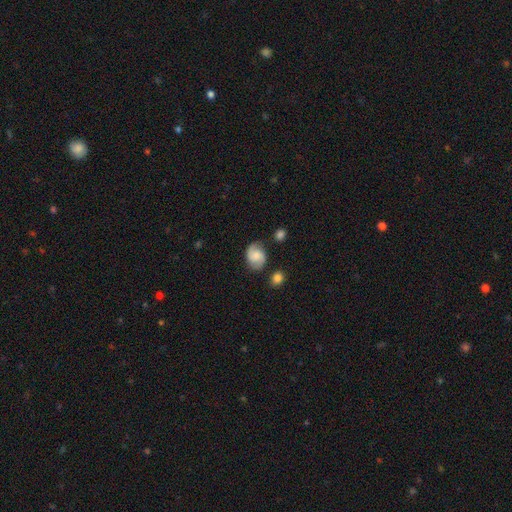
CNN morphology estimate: Smooth or featured: featured or disk — 54% (smooth — 37%)
Edge-on disk: no — 97% (yes — 3%)
Bar: no — 57% (weak — 36%)
Spiral arms: yes — 92% (no — 8%)
Bulge size: moderate — 34% (small — 31%)
Merging: none — 73% (minor disturbance — 18%)